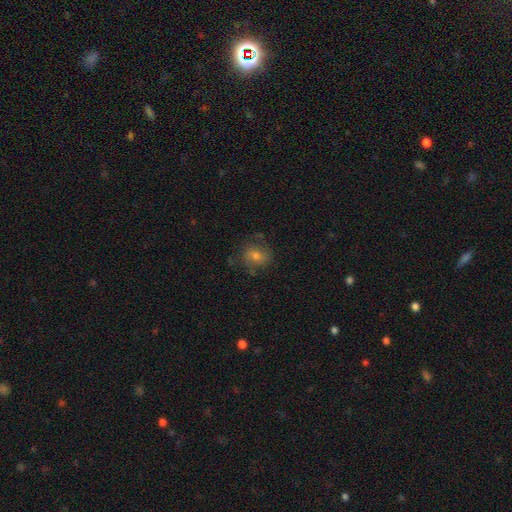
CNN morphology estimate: Smooth or featured? Predicted: smooth (p=0.49). Merging? Predicted: none (p=0.72).